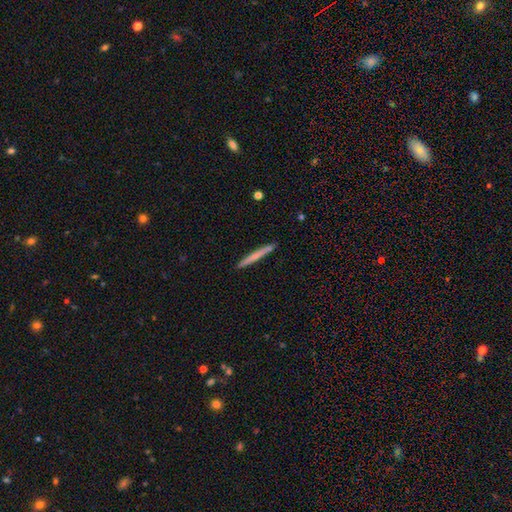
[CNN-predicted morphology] A smooth galaxy with no disk features (62%) that is cigar-shaped (97%). Merging: none (91%).